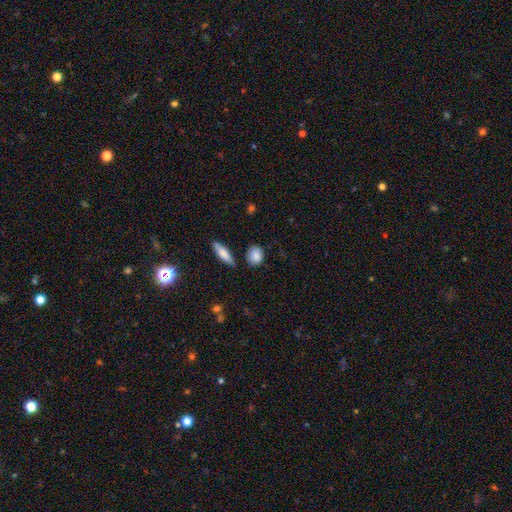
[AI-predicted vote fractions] Morphology: type=smooth (86%); roundness=in between (50%); merging=none (76%).